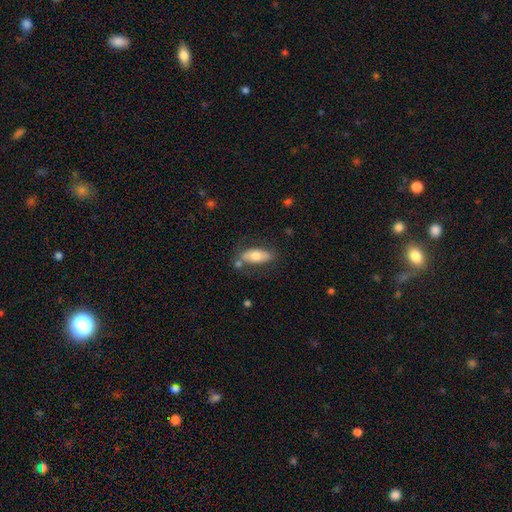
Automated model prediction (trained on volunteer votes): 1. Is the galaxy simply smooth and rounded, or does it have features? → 66% smooth, 28% featured or disk, 7% star or artifact.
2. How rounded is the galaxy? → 80% in between, 17% cigar-shaped, 3% round.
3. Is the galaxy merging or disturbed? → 66% none, 17% minor disturbance, 11% merger, 6% major disturbance.